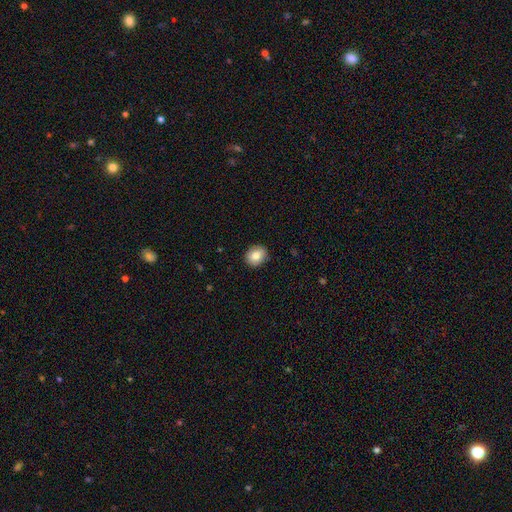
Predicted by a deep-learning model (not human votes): A smooth galaxy with no disk features (84%) that is round (65%). Merging: none (90%).